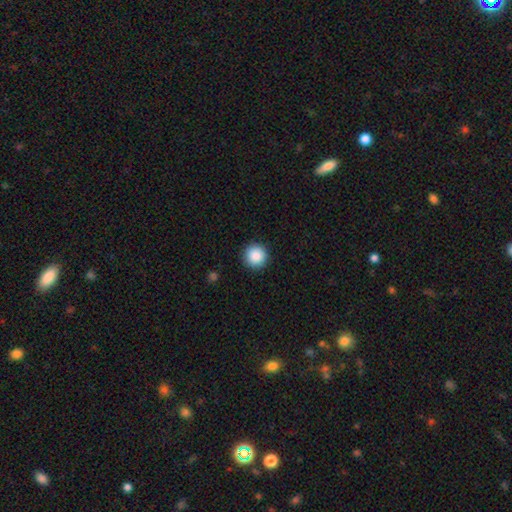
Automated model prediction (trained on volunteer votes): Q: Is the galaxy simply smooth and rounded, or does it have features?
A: smooth — 88%.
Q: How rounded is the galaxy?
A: round — 96%.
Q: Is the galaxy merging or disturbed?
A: none — 92%.